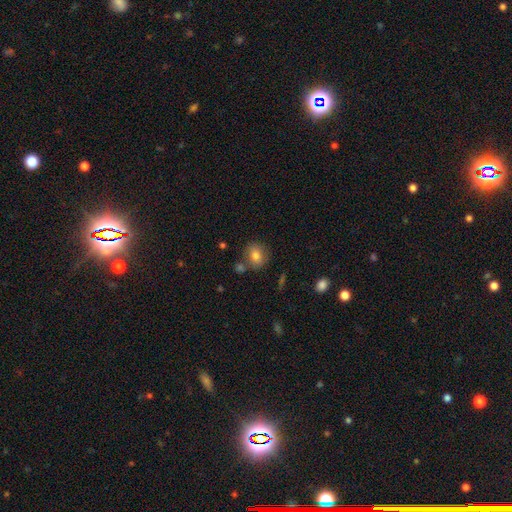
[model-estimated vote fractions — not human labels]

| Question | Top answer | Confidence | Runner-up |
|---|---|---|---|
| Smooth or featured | smooth | 77% | featured or disk (13%) |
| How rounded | round | 67% | in between (32%) |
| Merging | none | 72% | minor disturbance (13%) |